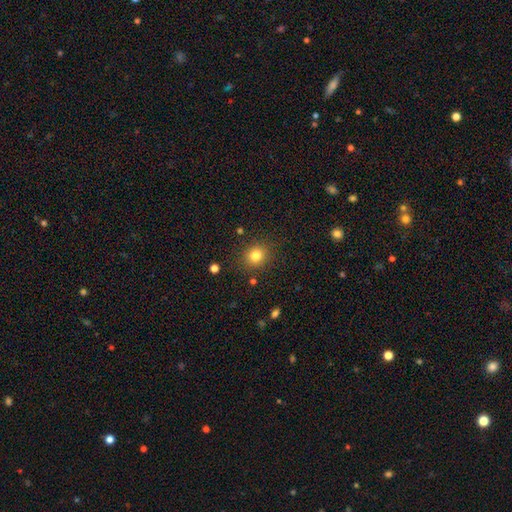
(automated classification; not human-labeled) A smooth galaxy with no disk features (81%) that is round (80%). Merging: none (87%).